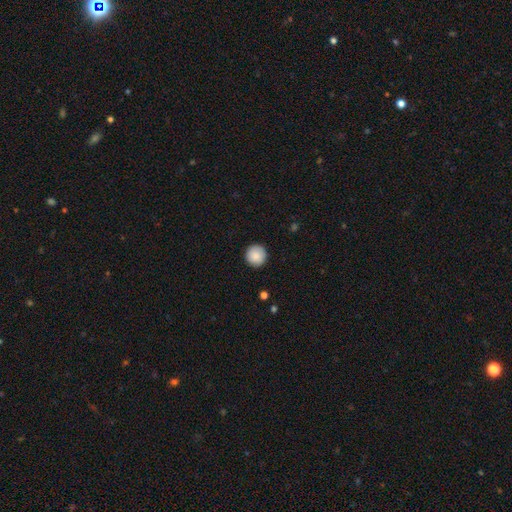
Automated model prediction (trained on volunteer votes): Smooth or featured? smooth (88%)
How rounded? round (96%)
Merging? none (92%)